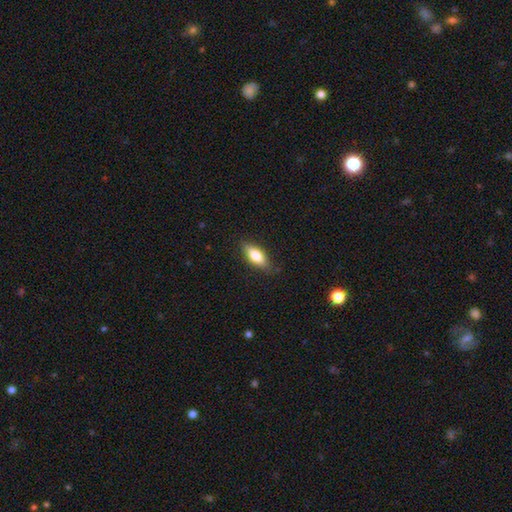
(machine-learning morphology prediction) This appears to be a smooth galaxy with no disk features (74%) that is in between round and cigar-shaped (75%). Merging: none (82%).